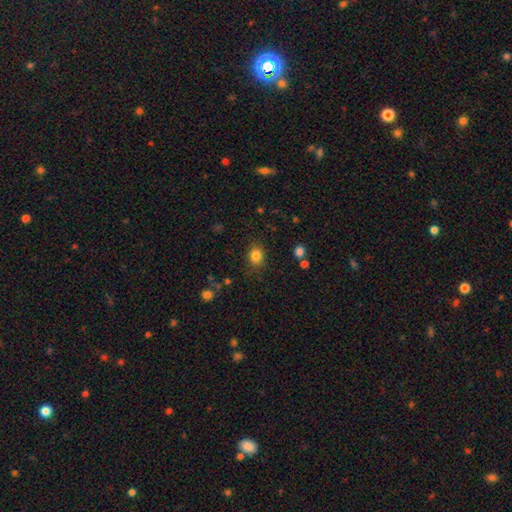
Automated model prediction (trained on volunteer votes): Q: Smooth or featured?
A: smooth (83%); runner-up: star or artifact (11%)
Q: How rounded?
A: round (64%); runner-up: in between (35%)
Q: Merging?
A: none (83%); runner-up: minor disturbance (11%)